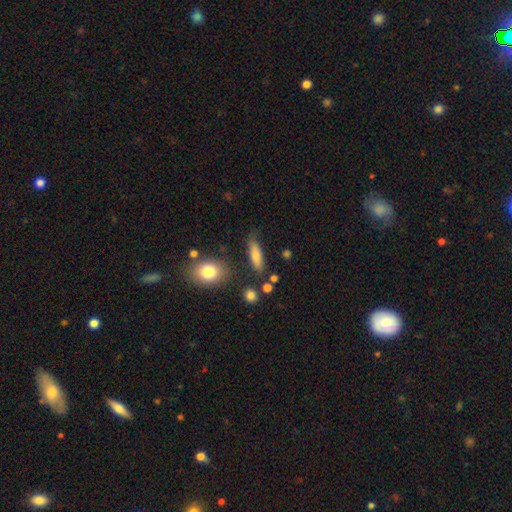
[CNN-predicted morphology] Smooth or featured?
  - smooth: 69% *
  - featured or disk: 20%
  - star or artifact: 11%
How rounded?
  - cigar-shaped: 55% *
  - in between: 40%
  - round: 5%
Merging?
  - none: 74% *
  - minor disturbance: 17%
  - major disturbance: 5%
  - merger: 4%